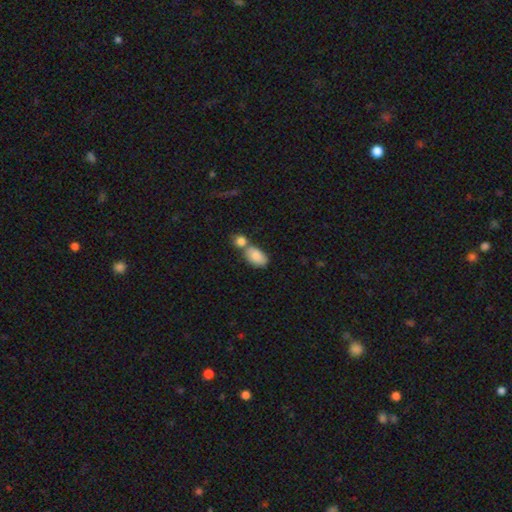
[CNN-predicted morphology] type=smooth (84%); roundness=in between (91%); merging=merger (48%).